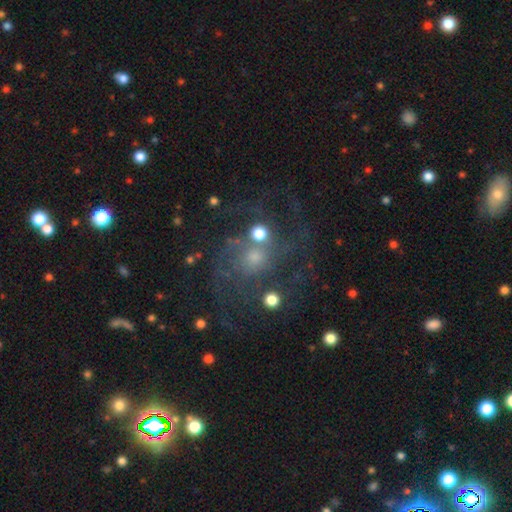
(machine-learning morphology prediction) A featured or disk galaxy (56%) with no bar (79%), spiral arms (75%) and a small central bulge (48%).

Vote fractions:
- Smooth or featured? featured or disk: 56% / smooth: 27% / star or artifact: 17%
- Edge-on disk? no: 97% / yes: 3%
- Bar? no: 79% / weak: 18% / strong: 4%
- Spiral arms? yes: 75% / no: 25%
- Bulge size? small: 48% / moderate: 35% / none: 10% / large: 5% / dominant: 2%
- Merging? none: 50% / major disturbance: 21% / minor disturbance: 16% / merger: 13%